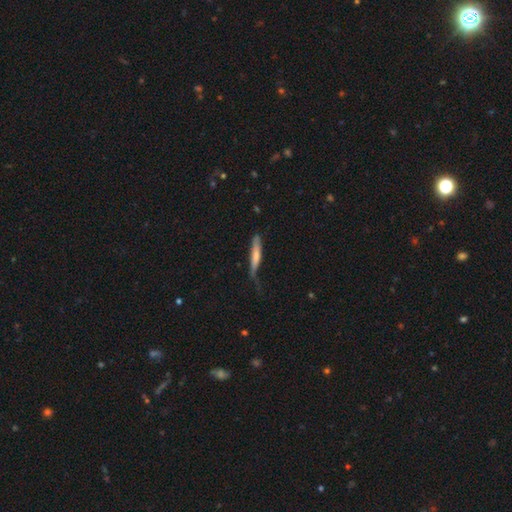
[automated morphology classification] This appears to be a smooth galaxy with no disk features (63%) that is cigar-shaped (89%). Merging: none (46%).